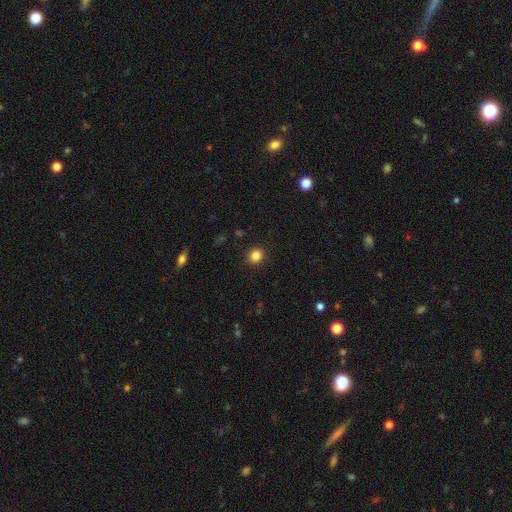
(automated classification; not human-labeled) Smooth or featured? Predicted: smooth (p=0.84). How rounded? Predicted: round (p=0.92). Merging? Predicted: none (p=0.92).